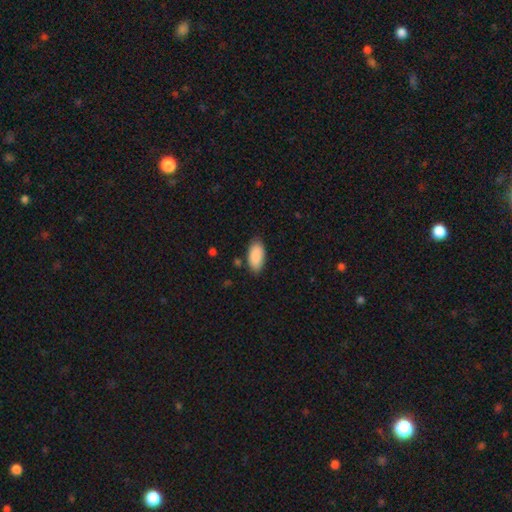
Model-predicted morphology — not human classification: Smooth or featured: smooth — 90% (star or artifact — 6%)
How rounded: in between — 93% (cigar-shaped — 6%)
Merging: none — 84% (minor disturbance — 12%)